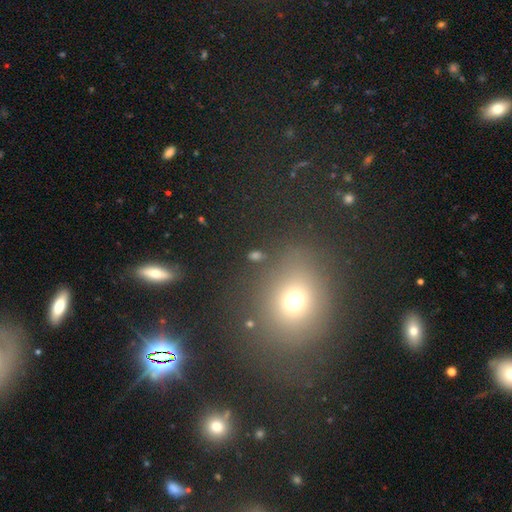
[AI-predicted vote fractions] smooth 58%, star or artifact 31%, featured or disk 11%. Down the decision tree: how rounded — round (62%); merging — none (79%).